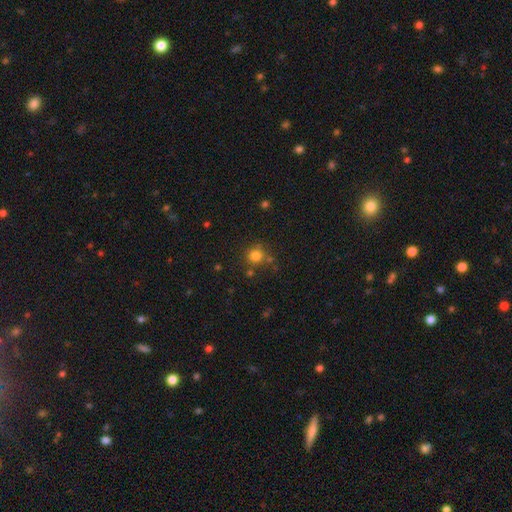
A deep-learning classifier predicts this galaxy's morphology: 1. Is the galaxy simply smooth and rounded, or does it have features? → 79% smooth, 14% star or artifact, 6% featured or disk.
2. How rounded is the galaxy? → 91% round, 8% in between, 1% cigar-shaped.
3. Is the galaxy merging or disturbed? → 75% none, 11% minor disturbance, 9% merger, 4% major disturbance.